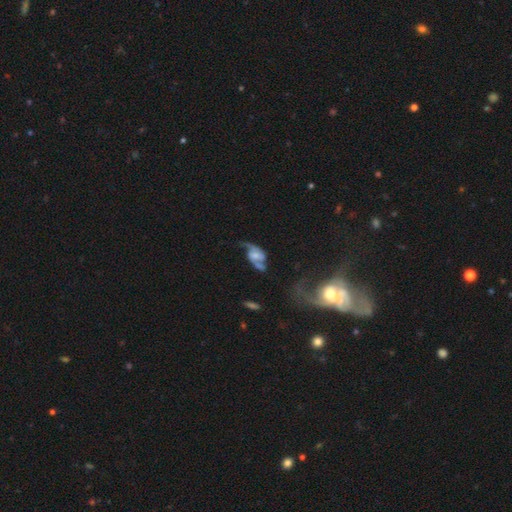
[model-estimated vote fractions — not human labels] smooth_or_featured: featured or disk (p=0.82) [alt: smooth p=0.12]
disk_edge_on: no (p=0.96) [alt: yes p=0.04]
bar: no (p=0.45) [alt: weak p=0.41]
has_spiral_arms: yes (p=0.93) [alt: no p=0.07]
spiral_winding: loose (p=0.57) [alt: medium p=0.33]
spiral_arm_count: 2 (p=0.88) [alt: 1 p=0.05]
bulge_size: small (p=0.39) [alt: moderate p=0.28]
merging: none (p=0.45) [alt: major disturbance p=0.24]